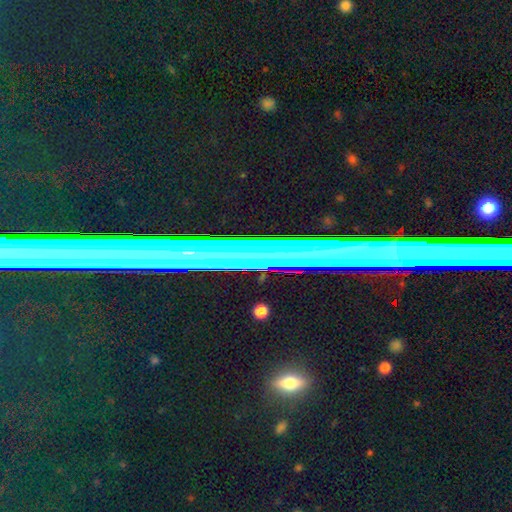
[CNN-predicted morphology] star or artifact 61%, smooth 21%, featured or disk 18%.